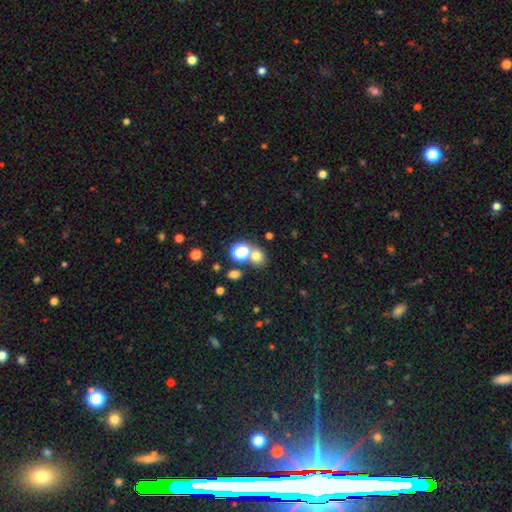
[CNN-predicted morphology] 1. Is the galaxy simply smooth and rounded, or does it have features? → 67% smooth, 25% star or artifact, 8% featured or disk.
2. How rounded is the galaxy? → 77% round, 22% in between, 1% cigar-shaped.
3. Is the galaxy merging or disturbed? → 64% none, 24% merger, 8% minor disturbance, 4% major disturbance.